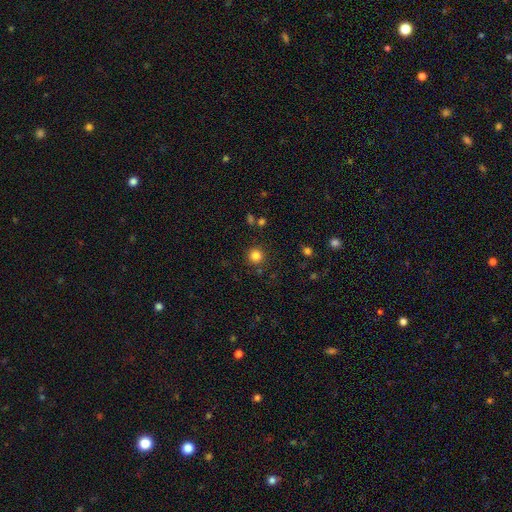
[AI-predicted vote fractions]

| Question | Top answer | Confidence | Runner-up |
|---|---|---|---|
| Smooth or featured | smooth | 83% | star or artifact (13%) |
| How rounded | round | 95% | in between (4%) |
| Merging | none | 88% | minor disturbance (7%) |